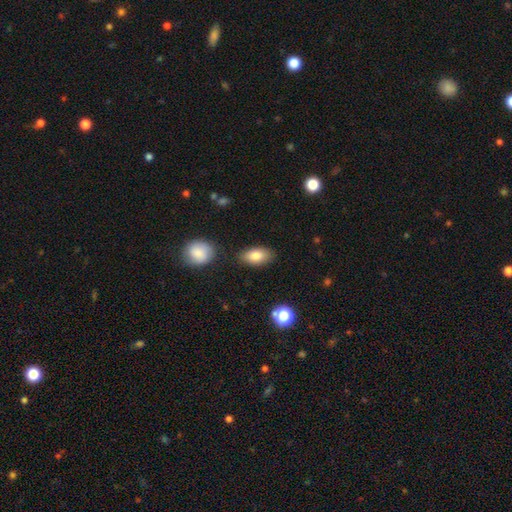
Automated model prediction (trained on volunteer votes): Smooth or featured? smooth (82%)
How rounded? in between (91%)
Merging? none (82%)